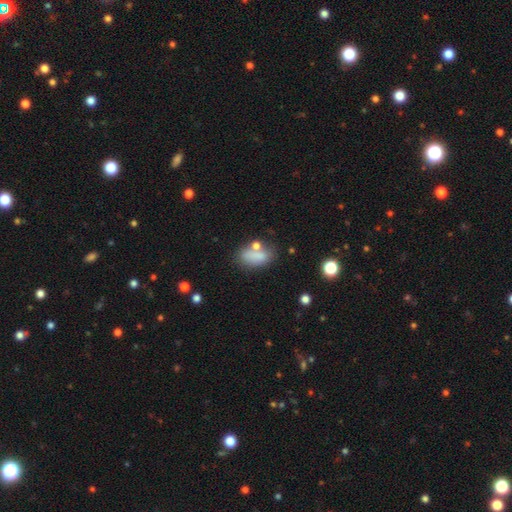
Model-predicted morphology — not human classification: smooth-or-featured: smooth: 76% | featured or disk: 13% | star or artifact: 11%
  how-rounded: in between: 84% | round: 9% | cigar-shaped: 7%
  merging: none: 55% | minor disturbance: 19% | merger: 17% | major disturbance: 9%